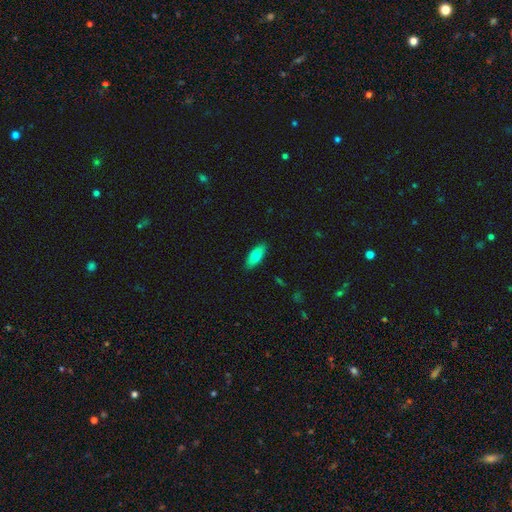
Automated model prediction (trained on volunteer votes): Morphology: type=smooth (79%); roundness=in between (78%); merging=none (88%).